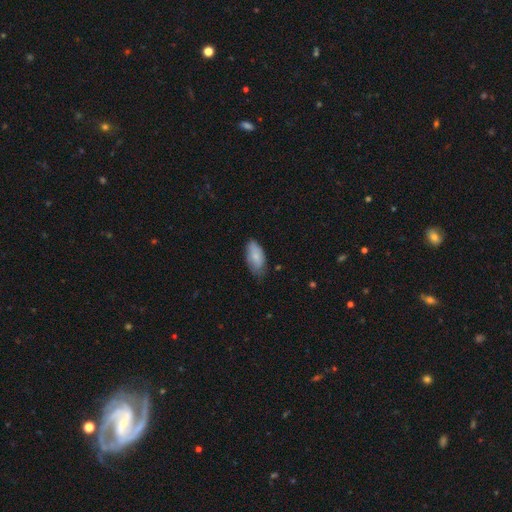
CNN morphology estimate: Smooth or featured: smooth — 78% (featured or disk — 16%)
How rounded: in between — 92% (cigar-shaped — 6%)
Merging: none — 62% (minor disturbance — 31%)